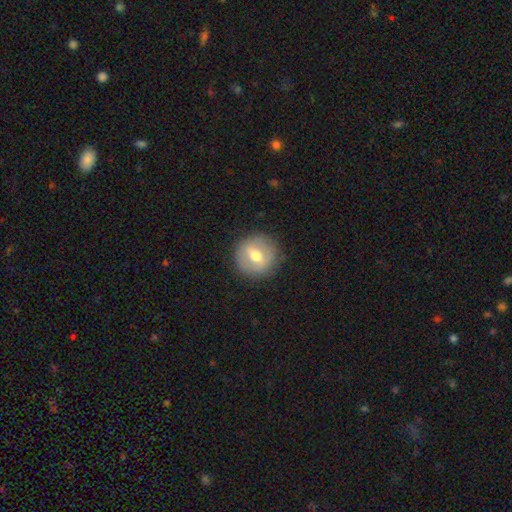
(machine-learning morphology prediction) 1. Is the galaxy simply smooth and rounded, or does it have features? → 49% smooth, 43% featured or disk, 8% star or artifact.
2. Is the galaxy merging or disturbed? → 87% none, 9% minor disturbance, 3% major disturbance, 1% merger.